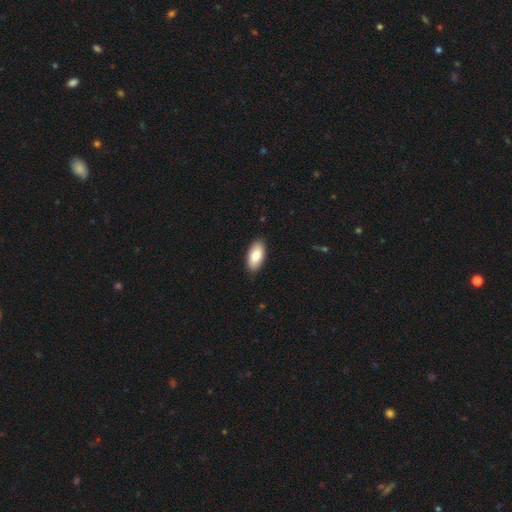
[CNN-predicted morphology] This is clearly a smooth galaxy (82%). How rounded: clearly in between (93%). Merging: clearly none (89%).